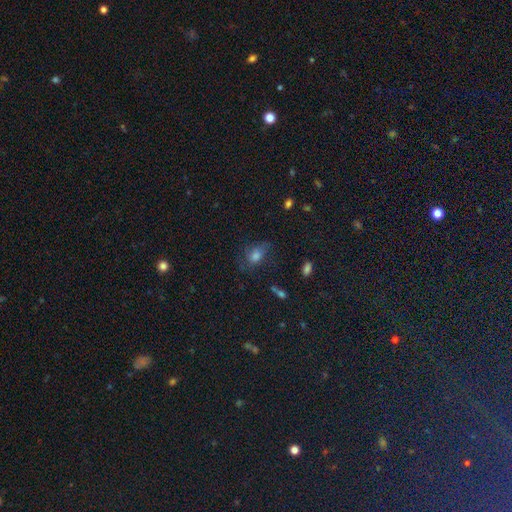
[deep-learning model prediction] A smooth galaxy with no disk features (52%) that is in between round and cigar-shaped (67%). Merging: none (59%).